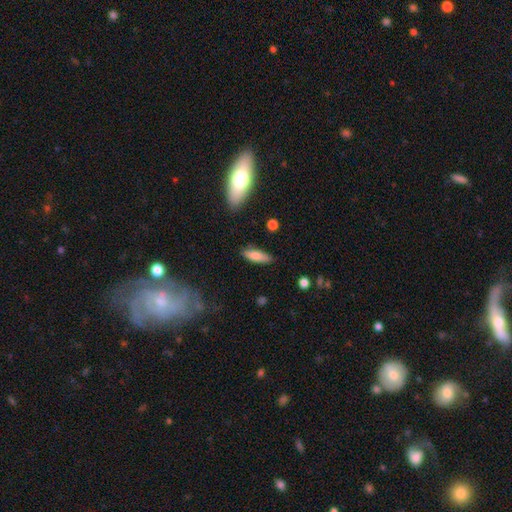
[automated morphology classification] type=smooth (78%); roundness=in between (52%); merging=none (83%).